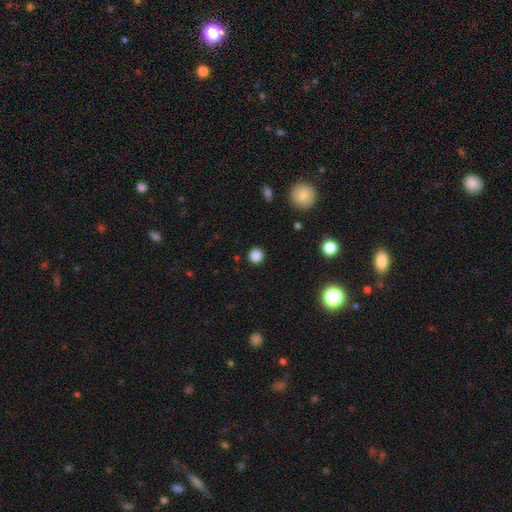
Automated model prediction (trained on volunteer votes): Smooth or featured: smooth — 84% (star or artifact — 12%)
How rounded: round — 93% (in between — 6%)
Merging: none — 91% (minor disturbance — 6%)